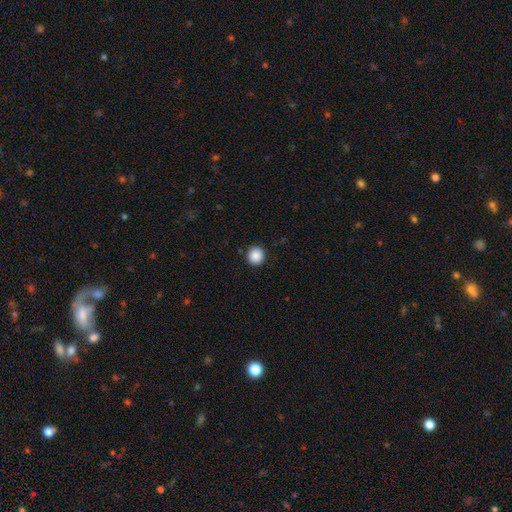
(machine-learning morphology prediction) Smooth or featured? Predicted: smooth (p=0.88). How rounded? Predicted: round (p=0.93). Merging? Predicted: none (p=0.91).